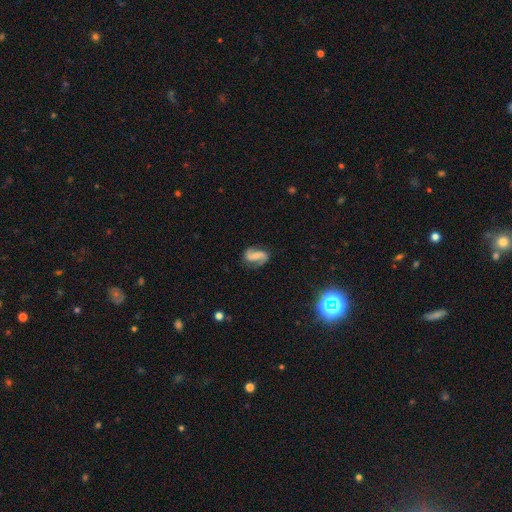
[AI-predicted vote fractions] A featured or disk galaxy (78%) with a weak bar (39%), 2 (91%) loose (53%) spiral arms (95%) and a small central bulge (45%).

Vote fractions:
- Smooth or featured? featured or disk: 78% / smooth: 14% / star or artifact: 7%
- Edge-on disk? no: 97% / yes: 3%
- Bar? weak: 39% / no: 36% / strong: 26%
- Spiral arms? yes: 95% / no: 5%
- Spiral winding? loose: 53% / medium: 34% / tight: 12%
- Spiral arm count? 2: 91% / can't tell: 3% / 1: 3% / 3: 1% / 4: 1% / more than 4: 1%
- Bulge size? small: 45% / none: 26% / moderate: 25% / large: 3% / dominant: 1%
- Merging? none: 75% / minor disturbance: 16% / major disturbance: 6% / merger: 2%